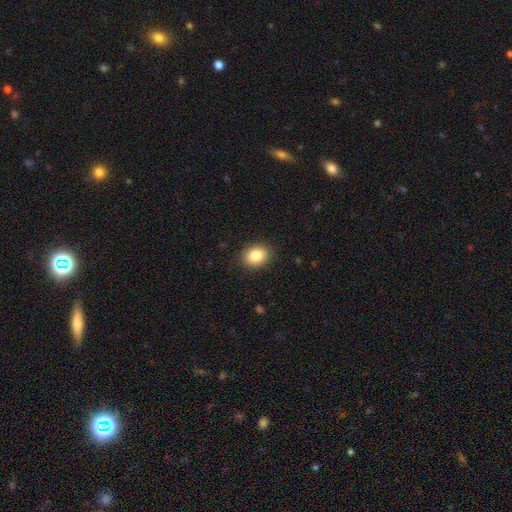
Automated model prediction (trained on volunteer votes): Morphology: type=smooth (85%); roundness=in between (61%); merging=none (88%).